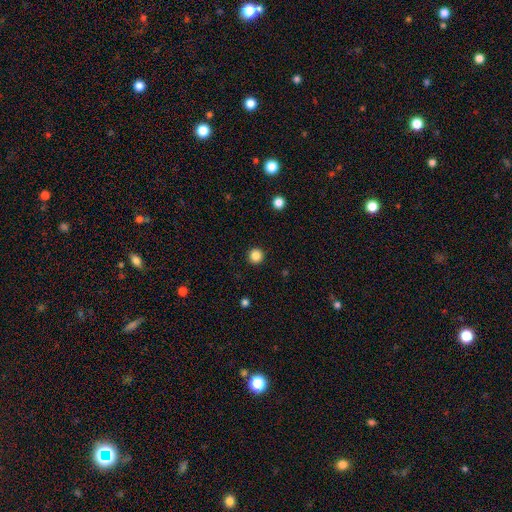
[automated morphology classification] smooth 85%, star or artifact 11%, featured or disk 3%. Down the decision tree: how rounded — round (96%); merging — none (93%).